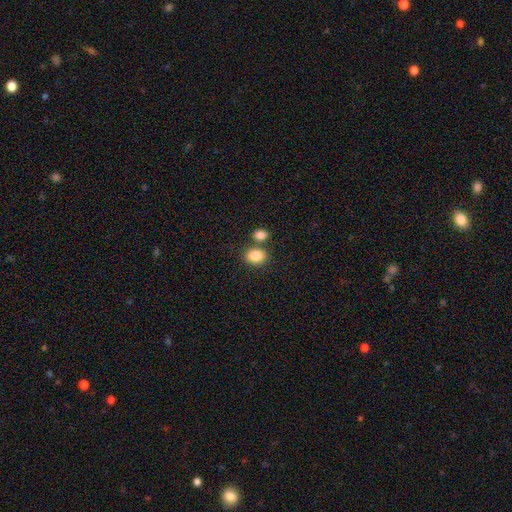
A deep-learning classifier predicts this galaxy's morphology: type=smooth (86%); roundness=in between (55%); merging=none (63%).